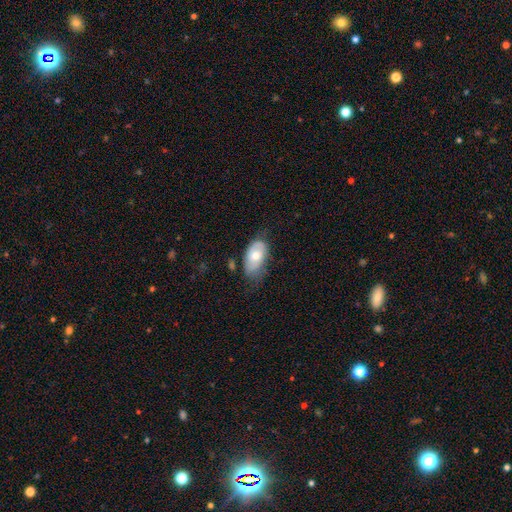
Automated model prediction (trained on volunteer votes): This appears to be a smooth galaxy with no disk features (62%) that is in between round and cigar-shaped (92%). Merging: none (50%).